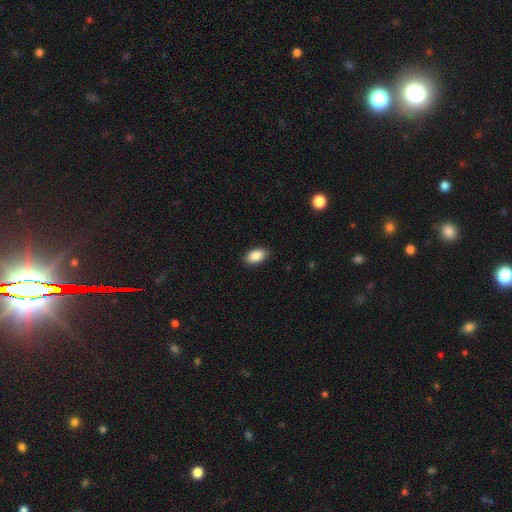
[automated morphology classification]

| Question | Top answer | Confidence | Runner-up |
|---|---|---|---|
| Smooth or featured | smooth | 88% | star or artifact (7%) |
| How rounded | in between | 93% | round (6%) |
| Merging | none | 89% | minor disturbance (8%) |